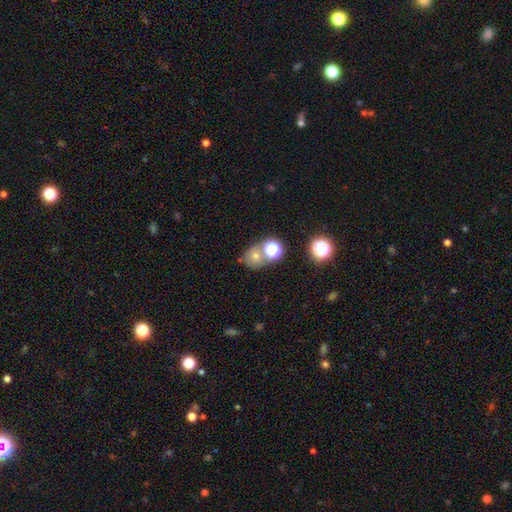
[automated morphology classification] Smooth or featured?
  - smooth: 50% *
  - star or artifact: 36%
  - featured or disk: 15%
Merging?
  - none: 58% *
  - merger: 26%
  - minor disturbance: 11%
  - major disturbance: 5%